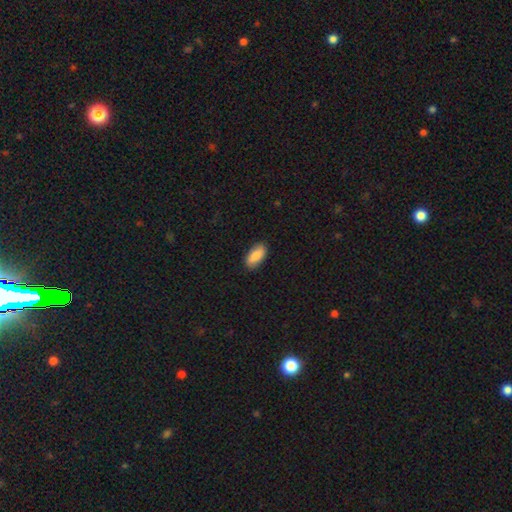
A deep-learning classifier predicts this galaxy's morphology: smooth_or_featured: smooth (p=0.83) [alt: featured or disk p=0.11]
how_rounded: in between (p=0.90) [alt: cigar-shaped p=0.07]
merging: none (p=0.86) [alt: minor disturbance p=0.11]